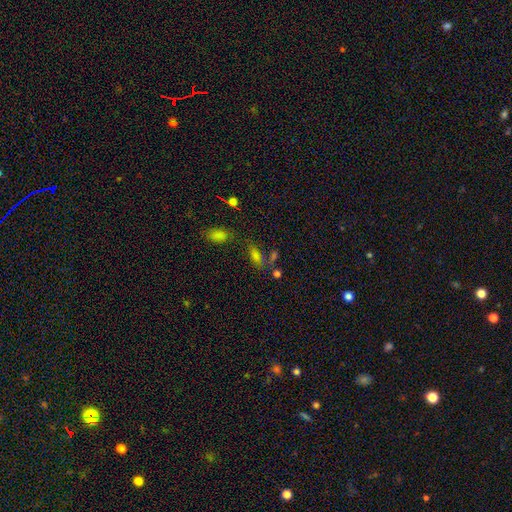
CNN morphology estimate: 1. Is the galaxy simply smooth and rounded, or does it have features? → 67% smooth, 20% star or artifact, 12% featured or disk.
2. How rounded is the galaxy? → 77% in between, 16% cigar-shaped, 6% round.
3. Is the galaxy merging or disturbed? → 51% none, 20% merger, 18% minor disturbance, 10% major disturbance.